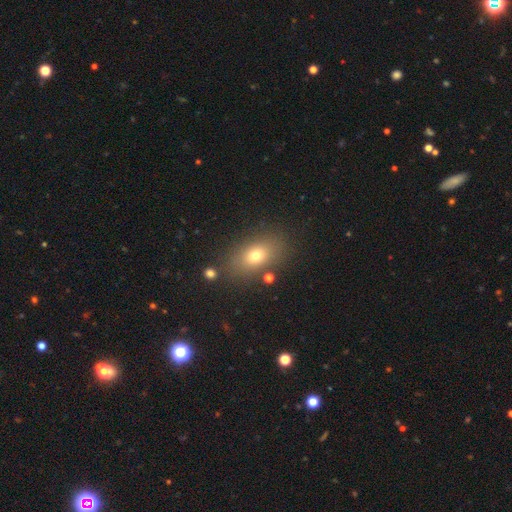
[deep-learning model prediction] smooth 73%, featured or disk 14%, star or artifact 13%. Down the decision tree: how rounded — in between (79%); merging — none (81%).